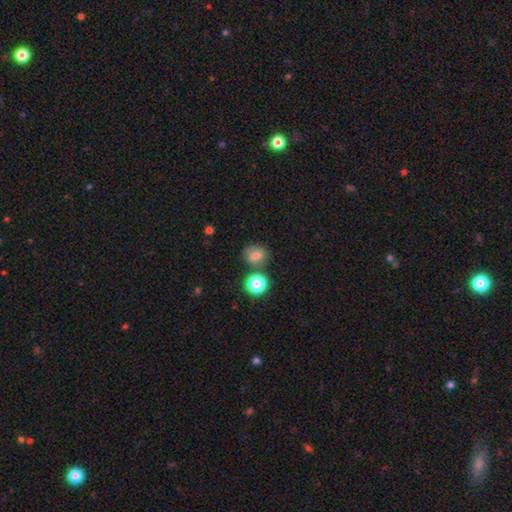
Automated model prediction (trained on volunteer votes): Q: Smooth or featured?
A: smooth (72%); runner-up: star or artifact (14%)
Q: How rounded?
A: round (61%); runner-up: in between (38%)
Q: Merging?
A: none (68%); runner-up: minor disturbance (14%)